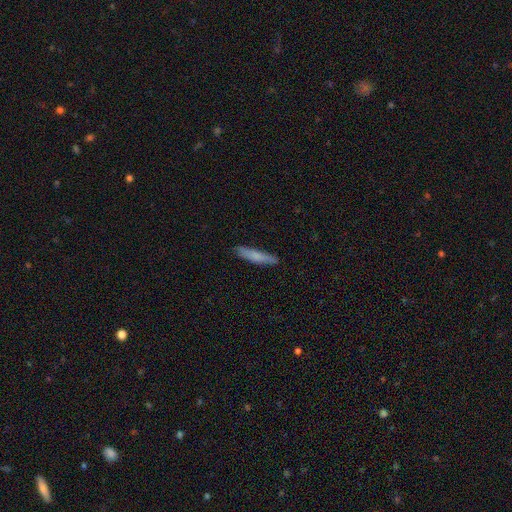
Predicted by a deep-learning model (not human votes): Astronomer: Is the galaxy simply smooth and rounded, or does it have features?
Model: smooth — 74%.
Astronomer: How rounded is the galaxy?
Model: cigar-shaped — 89%.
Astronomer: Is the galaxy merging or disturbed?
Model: none — 86%.